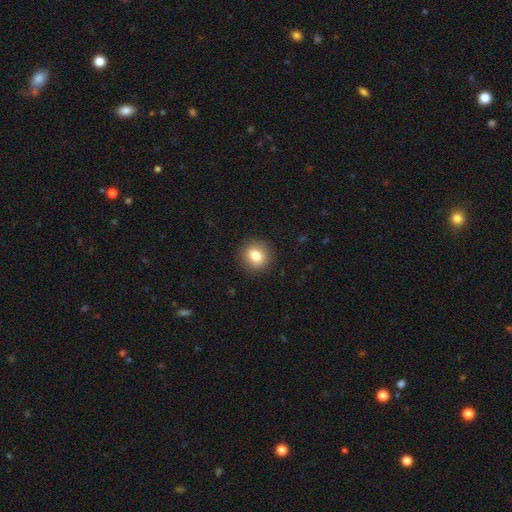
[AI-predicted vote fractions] Morphology: type=smooth (81%); roundness=round (81%); merging=none (90%).